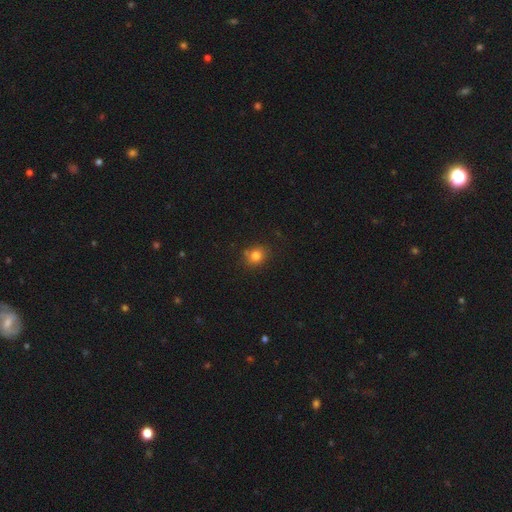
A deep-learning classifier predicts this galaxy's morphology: Smooth or featured? Predicted: smooth (p=0.80). How rounded? Predicted: round (p=0.73). Merging? Predicted: none (p=0.77).